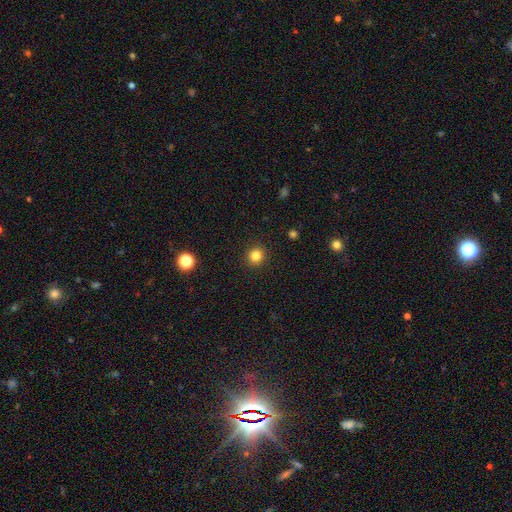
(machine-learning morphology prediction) smooth-or-featured: smooth: 83% | star or artifact: 12% | featured or disk: 5%
  how-rounded: round: 92% | in between: 7% | cigar-shaped: 1%
  merging: none: 92% | minor disturbance: 5% | major disturbance: 2% | merger: 1%